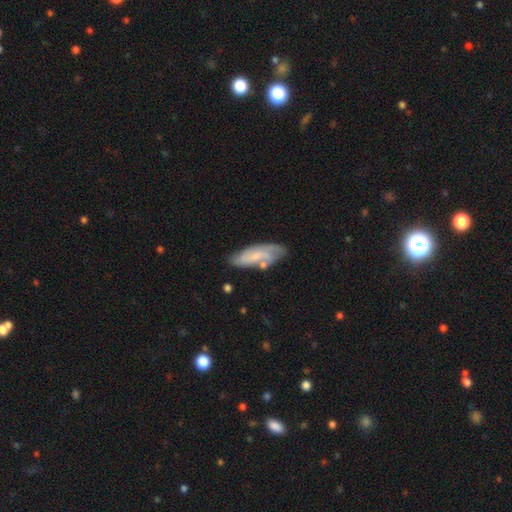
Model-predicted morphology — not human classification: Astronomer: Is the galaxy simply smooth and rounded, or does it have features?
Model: featured or disk — 51% (runner-up: smooth, 42%).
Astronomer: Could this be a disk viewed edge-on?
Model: no — 83%.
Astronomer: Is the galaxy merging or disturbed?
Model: none — 58%.